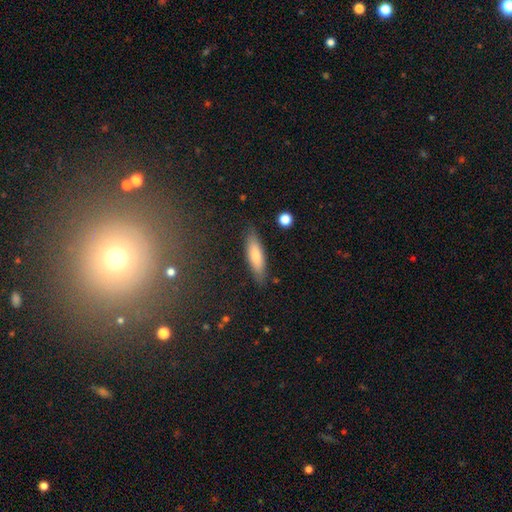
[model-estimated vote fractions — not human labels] Smooth or featured? smooth (74%)
How rounded? cigar-shaped (57%)
Merging? none (83%)